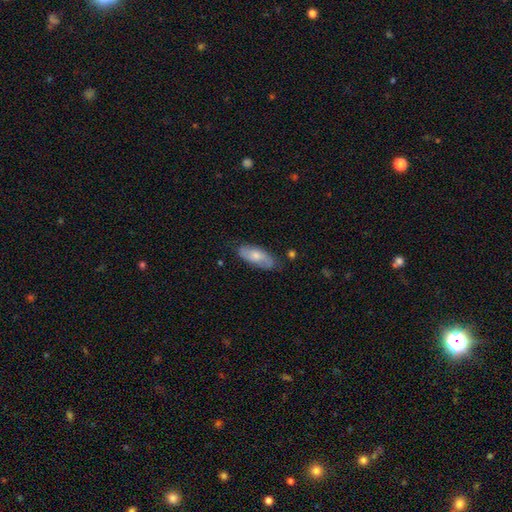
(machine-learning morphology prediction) Smooth or featured?
  - smooth: 58% *
  - featured or disk: 36%
  - star or artifact: 6%
How rounded?
  - in between: 80% *
  - cigar-shaped: 17%
  - round: 3%
Merging?
  - none: 75% *
  - minor disturbance: 19%
  - major disturbance: 4%
  - merger: 2%